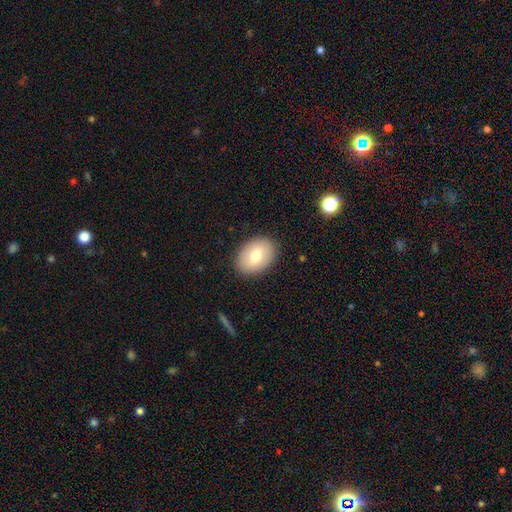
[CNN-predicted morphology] type=smooth (74%); roundness=in between (81%); merging=none (88%).